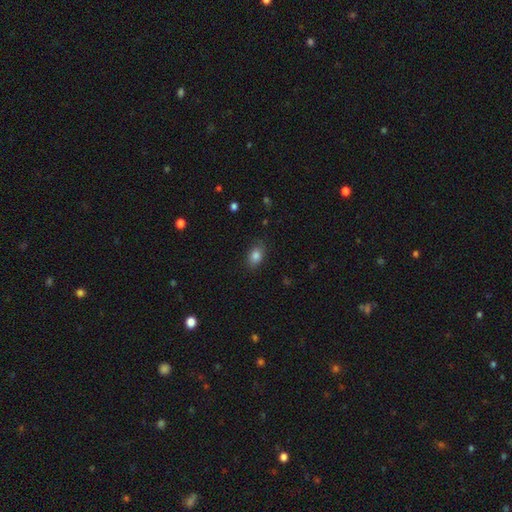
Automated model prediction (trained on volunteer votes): The model was most divided on "how rounded": in between: 81%, round: 18%, cigar-shaped: 2%. More confident: smooth or featured — smooth (84%); merging — none (83%).